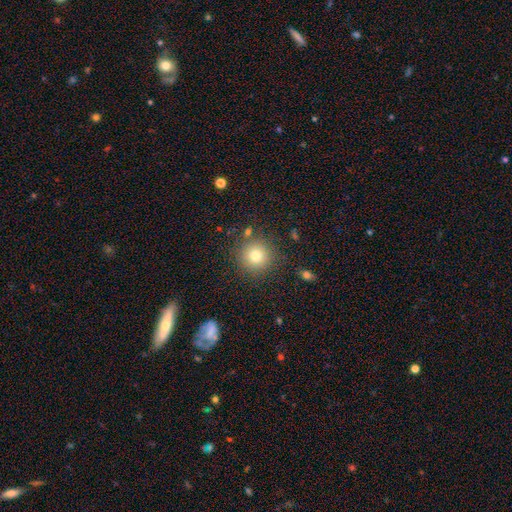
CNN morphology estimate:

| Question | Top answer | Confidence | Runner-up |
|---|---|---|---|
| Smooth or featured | smooth | 79% | star or artifact (12%) |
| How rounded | round | 94% | in between (5%) |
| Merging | none | 85% | minor disturbance (8%) |